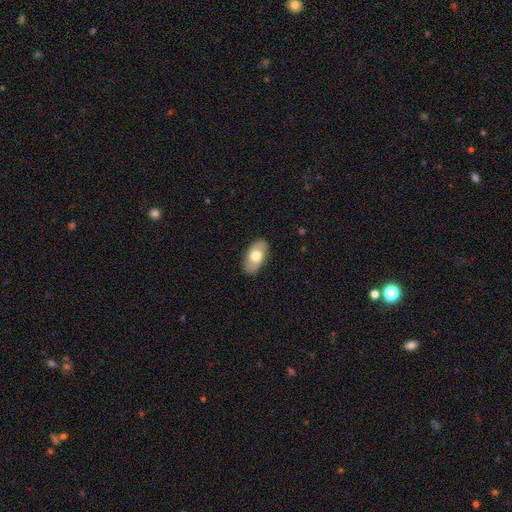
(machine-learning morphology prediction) This appears to be a smooth galaxy with no disk features (66%) that is in between round and cigar-shaped (93%). Merging: none (85%).